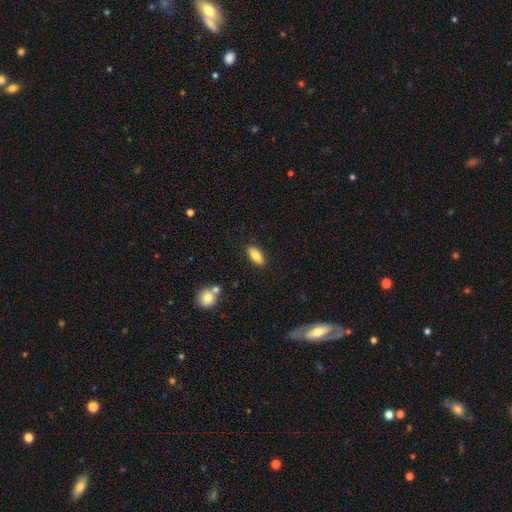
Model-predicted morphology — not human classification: This is likely a smooth galaxy (78%). How rounded: clearly in between (81%). Merging: clearly none (86%).